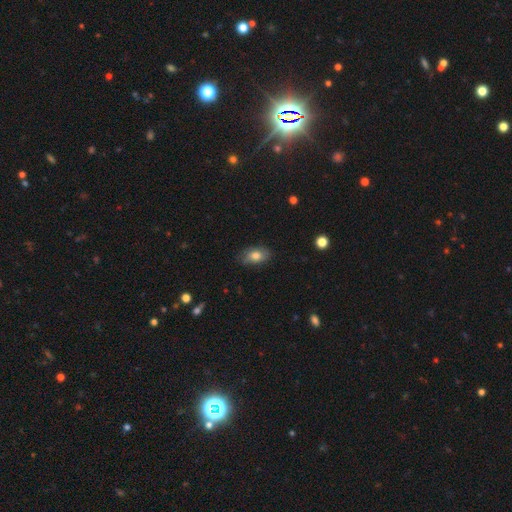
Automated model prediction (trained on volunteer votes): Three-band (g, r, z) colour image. It shows a smooth galaxy with no disk features (77%) that is in between round and cigar-shaped (89%). Merging: none (77%).